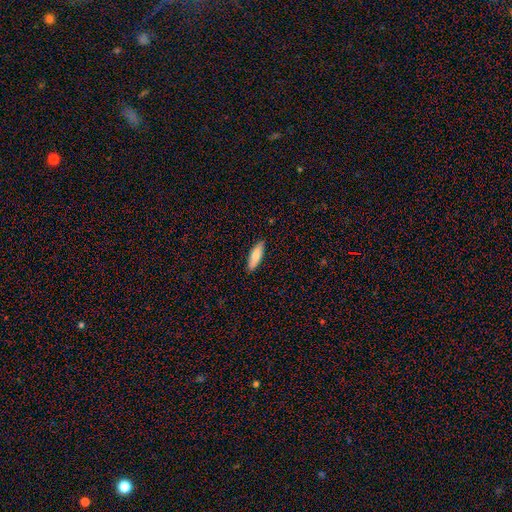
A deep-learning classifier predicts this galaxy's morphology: A smooth galaxy with no disk features (76%) that is in between round and cigar-shaped (52%). Merging: none (89%).